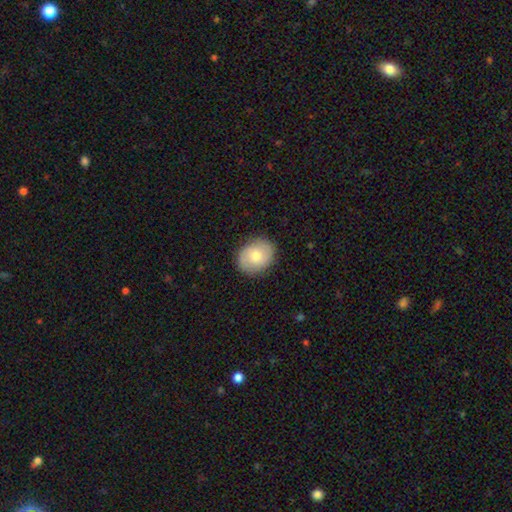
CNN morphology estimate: type=smooth (67%); roundness=round (55%); merging=none (86%).